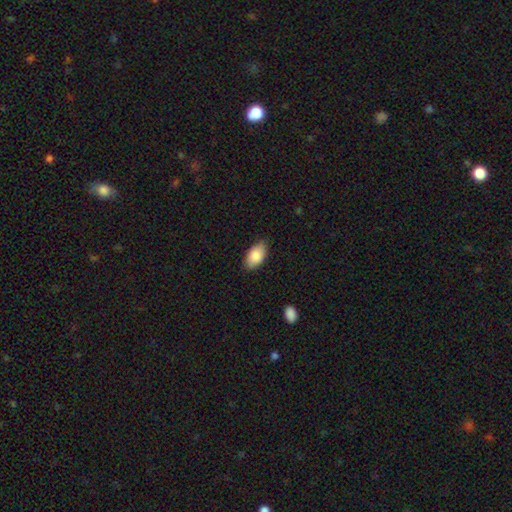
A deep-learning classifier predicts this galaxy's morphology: Smooth or featured?
  - smooth: 87% *
  - featured or disk: 7%
  - star or artifact: 6%
How rounded?
  - in between: 94% *
  - round: 4%
  - cigar-shaped: 2%
Merging?
  - none: 84% *
  - minor disturbance: 13%
  - major disturbance: 2%
  - merger: 1%